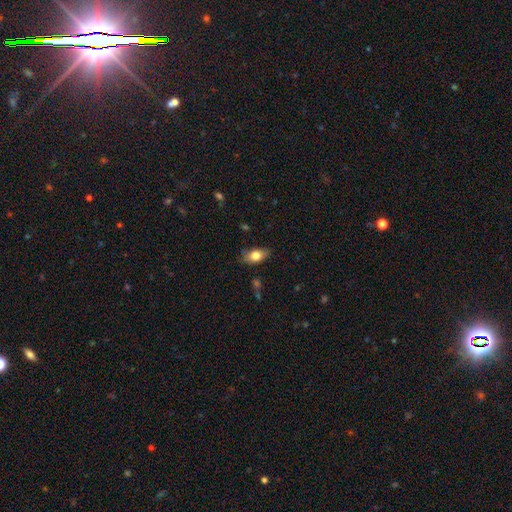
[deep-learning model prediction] Smooth or featured: smooth — 78% (featured or disk — 15%)
How rounded: in between — 88% (round — 7%)
Merging: none — 73% (minor disturbance — 21%)